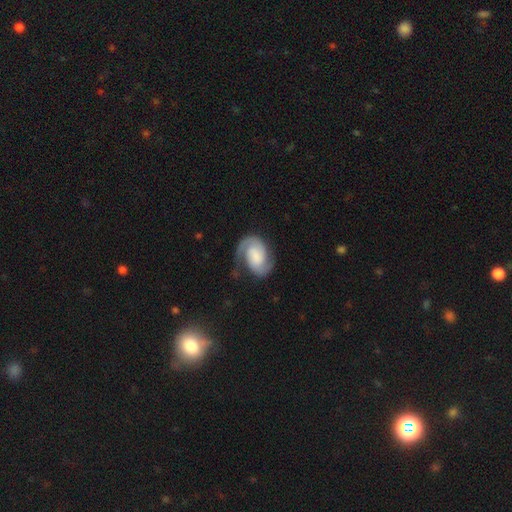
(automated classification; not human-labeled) featured or disk 80%, smooth 15%, star or artifact 5%. Down the decision tree: edge-on disk — no (98%); bar — no (50%); spiral arms — yes (96%); spiral arm count — 2 (86%); spiral winding — medium (47%); bulge size — none (32%); merging — none (66%).